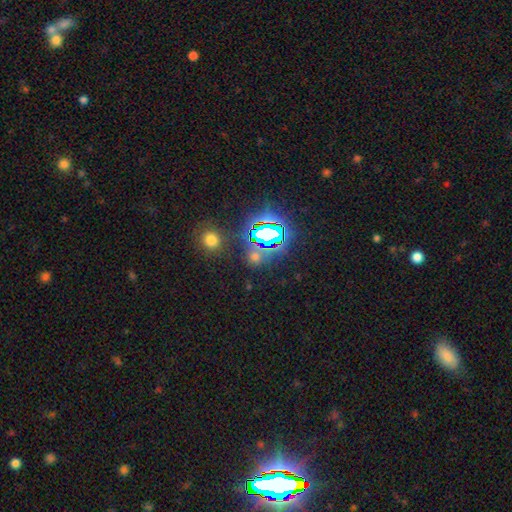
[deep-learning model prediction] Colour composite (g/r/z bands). It shows a star or artifact, not a galaxy (64%).